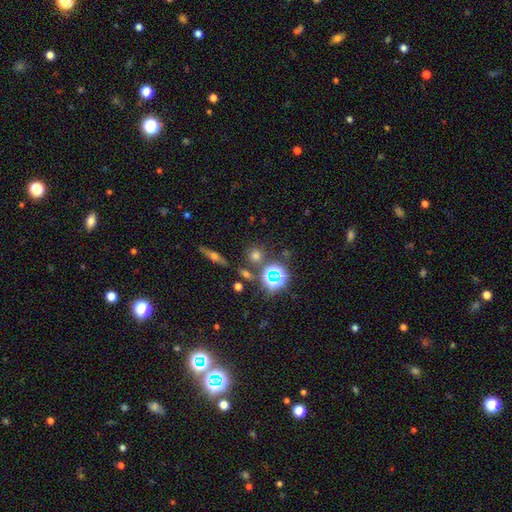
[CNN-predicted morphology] A smooth galaxy with no disk features (61%) that is round (88%).

Vote fractions:
- Smooth or featured? smooth: 61% / star or artifact: 30% / featured or disk: 9%
- How rounded? round: 88% / in between: 10% / cigar-shaped: 2%
- Merging? none: 81% / minor disturbance: 8% / merger: 8% / major disturbance: 3%